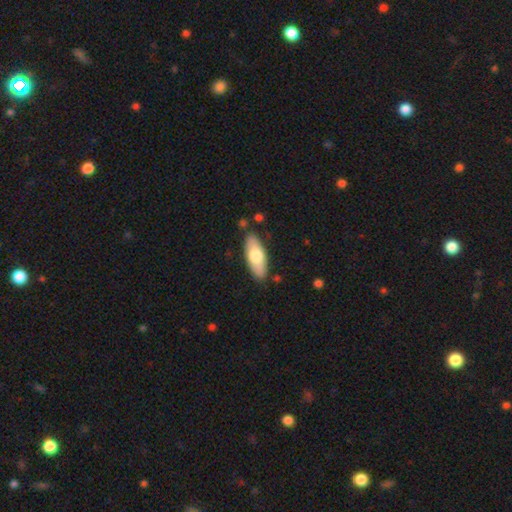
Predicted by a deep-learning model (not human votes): Smooth or featured? smooth (70%)
How rounded? in between (72%)
Merging? none (84%)